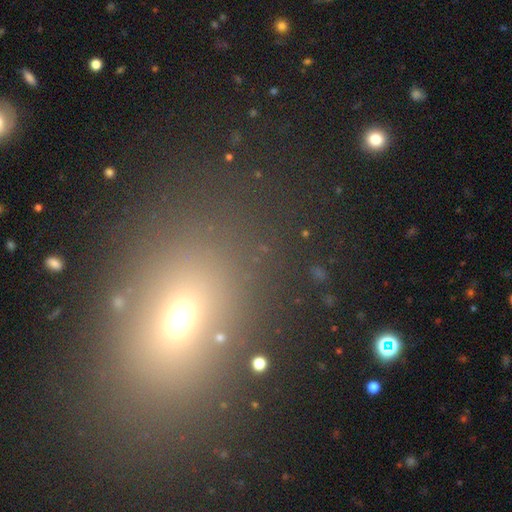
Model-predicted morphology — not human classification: This is possibly a smooth galaxy (57%). How rounded: likely in between (63%). Merging: clearly none (81%).